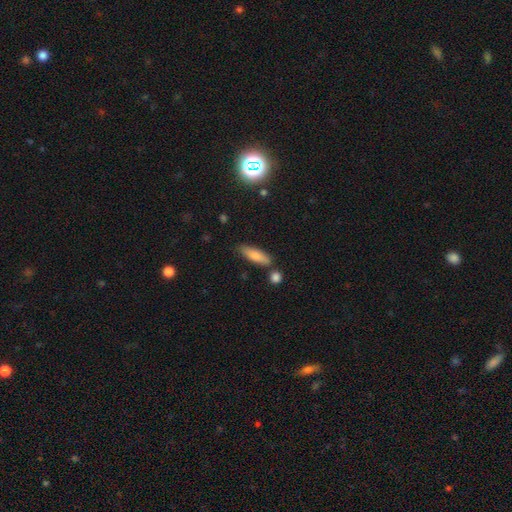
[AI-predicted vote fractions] Smooth or featured? smooth (81%)
How rounded? cigar-shaped (50%)
Merging? none (75%)